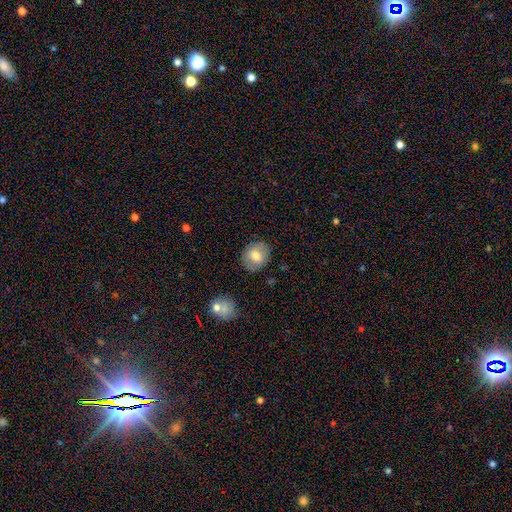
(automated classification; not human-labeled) smooth-or-featured: smooth: 75% | featured or disk: 17% | star or artifact: 8%
  how-rounded: round: 68% | in between: 32% | cigar-shaped: 1%
  merging: none: 83% | minor disturbance: 12% | major disturbance: 3% | merger: 2%